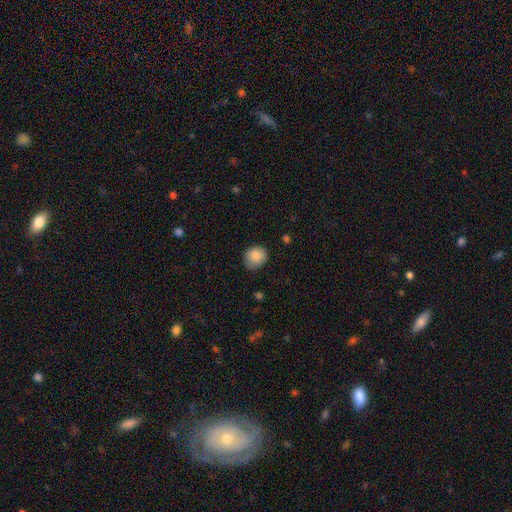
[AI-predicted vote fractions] Morphology: type=smooth (85%); roundness=round (73%); merging=none (70%).